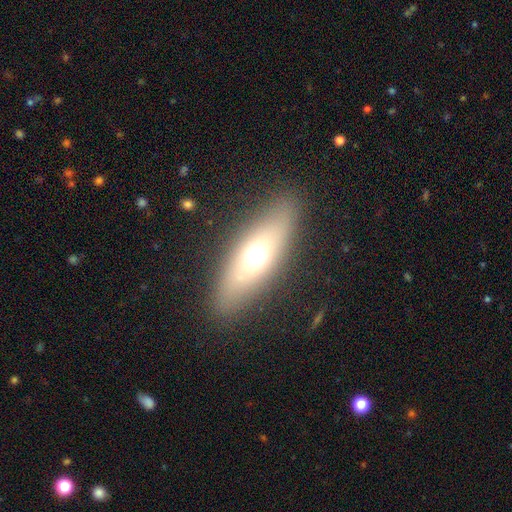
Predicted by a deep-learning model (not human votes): Smooth or featured: smooth — 54% (featured or disk — 34%)
How rounded: in between — 65% (cigar-shaped — 26%)
Merging: none — 86% (minor disturbance — 8%)